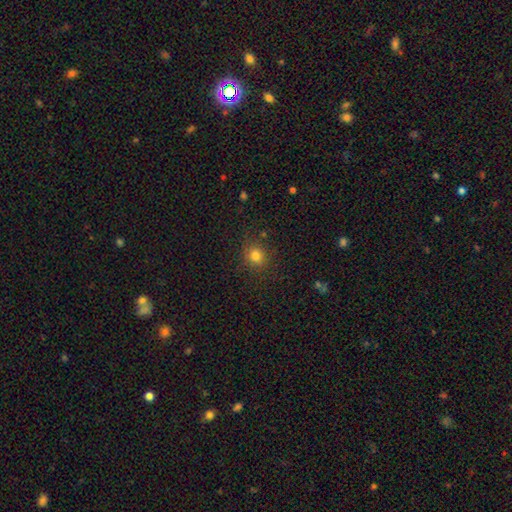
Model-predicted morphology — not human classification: This appears to be a smooth galaxy with no disk features (80%) that is round (84%). Merging: none (84%).